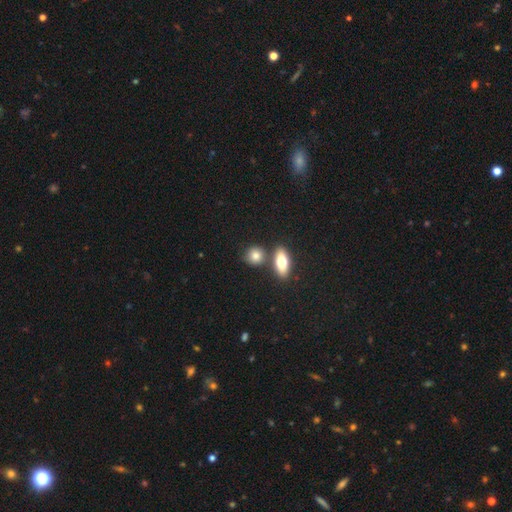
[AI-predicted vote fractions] Smooth or featured? smooth (82%)
How rounded? round (59%)
Merging? none (68%)